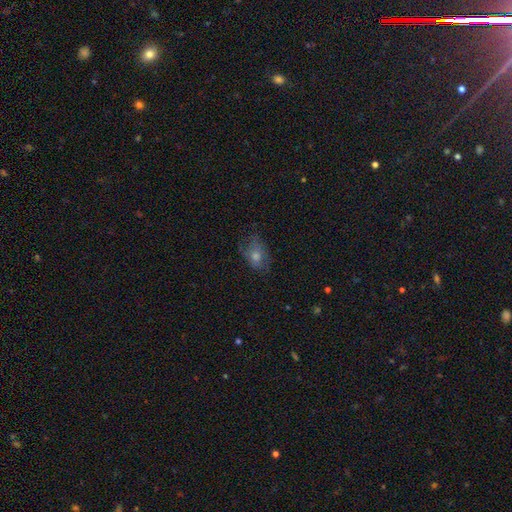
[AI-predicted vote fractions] smooth 51%, featured or disk 30%, star or artifact 18%. Down the decision tree: how rounded — in between (71%); merging — none (66%).